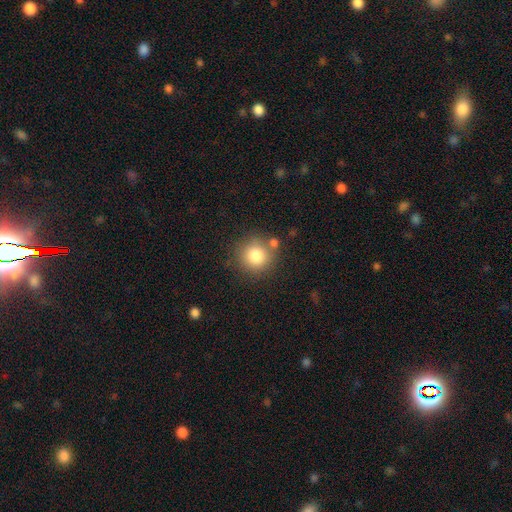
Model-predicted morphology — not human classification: Smooth or featured? Predicted: smooth (p=0.82). How rounded? Predicted: round (p=0.91). Merging? Predicted: none (p=0.75).